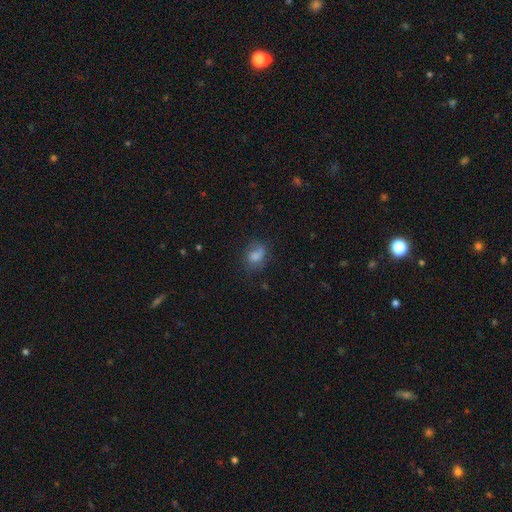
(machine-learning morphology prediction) Smooth or featured? Predicted: smooth (p=0.69). How rounded? Predicted: in between (p=0.61). Merging? Predicted: none (p=0.58).